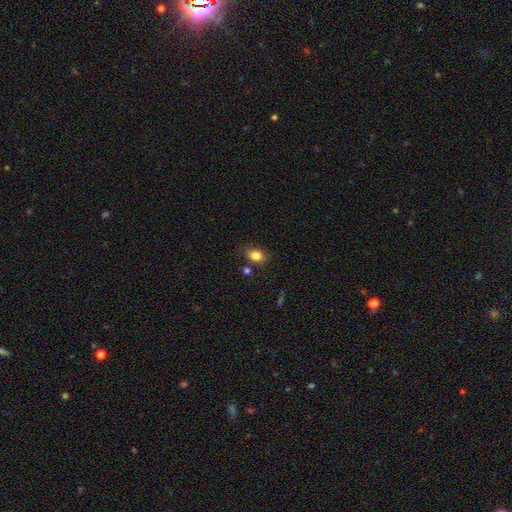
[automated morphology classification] smooth-or-featured: smooth: 83% | star or artifact: 10% | featured or disk: 7%
  how-rounded: in between: 73% | round: 25% | cigar-shaped: 1%
  merging: none: 78% | minor disturbance: 14% | merger: 5% | major disturbance: 3%